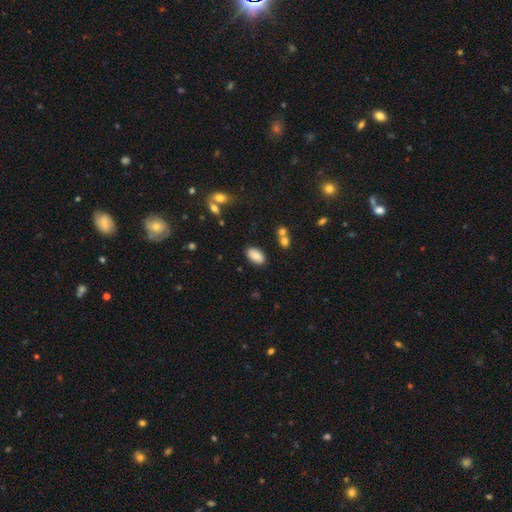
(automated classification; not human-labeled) Smooth or featured? Predicted: smooth (p=0.82). How rounded? Predicted: in between (p=0.94). Merging? Predicted: none (p=0.84).